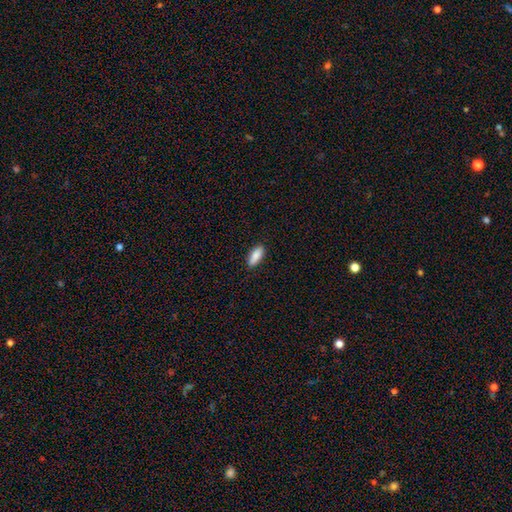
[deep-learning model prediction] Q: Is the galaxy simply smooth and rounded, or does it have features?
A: smooth — 86%.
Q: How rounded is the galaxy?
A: in between — 76%.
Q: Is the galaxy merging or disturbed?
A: none — 88%.